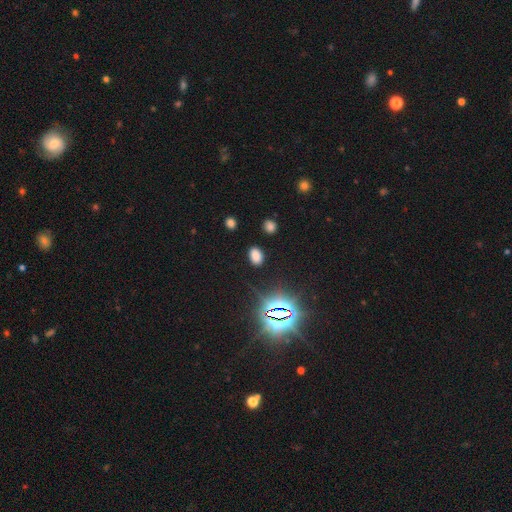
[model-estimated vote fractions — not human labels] Smooth or featured: smooth — 72% (star or artifact — 23%)
How rounded: in between — 86% (round — 13%)
Merging: none — 86% (minor disturbance — 9%)